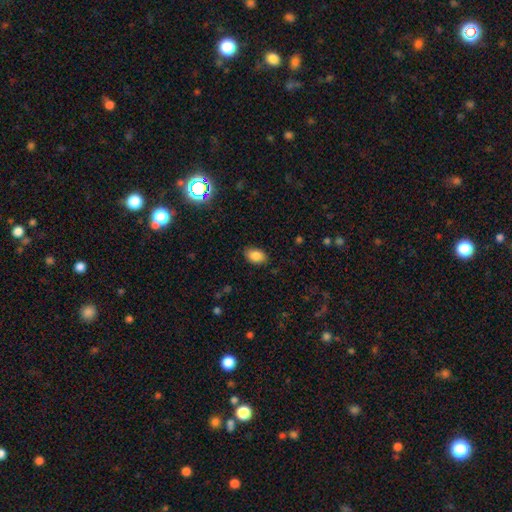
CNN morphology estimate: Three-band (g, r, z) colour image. It shows a smooth galaxy with no disk features (86%) that is in between round and cigar-shaped (88%). Merging: none (85%).